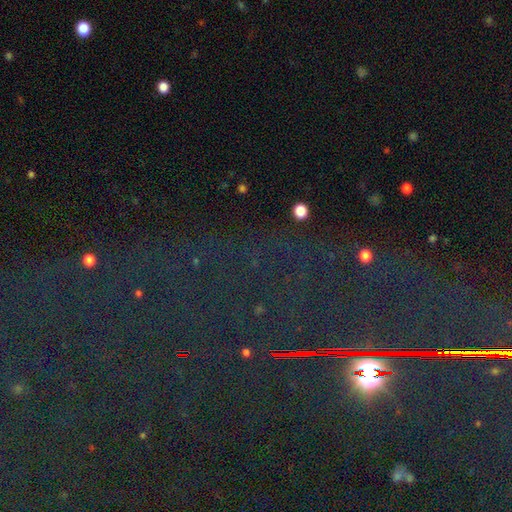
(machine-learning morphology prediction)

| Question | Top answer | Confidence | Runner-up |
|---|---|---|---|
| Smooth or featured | star or artifact | 84% | smooth (8%) |